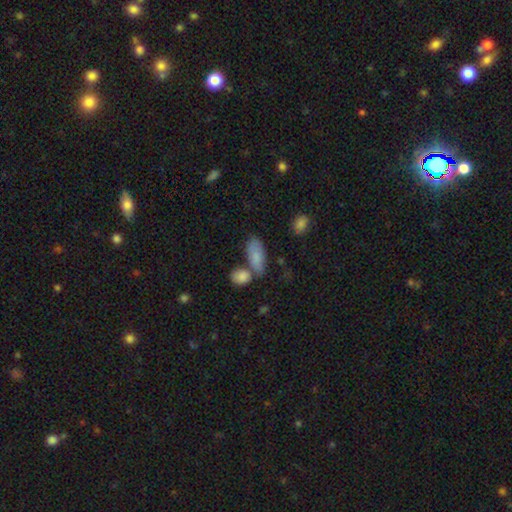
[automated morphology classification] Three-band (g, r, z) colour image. It shows a smooth galaxy with no disk features (83%) that is in between round and cigar-shaped (86%). Merging: none (49%).